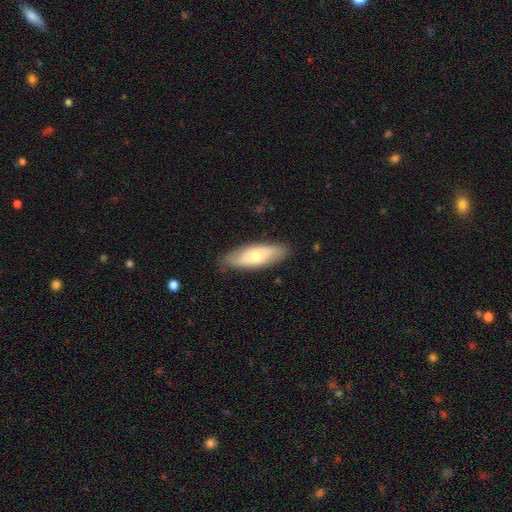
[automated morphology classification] This is possibly a smooth galaxy (60%). How rounded: likely in between (62%). Merging: clearly none (84%).